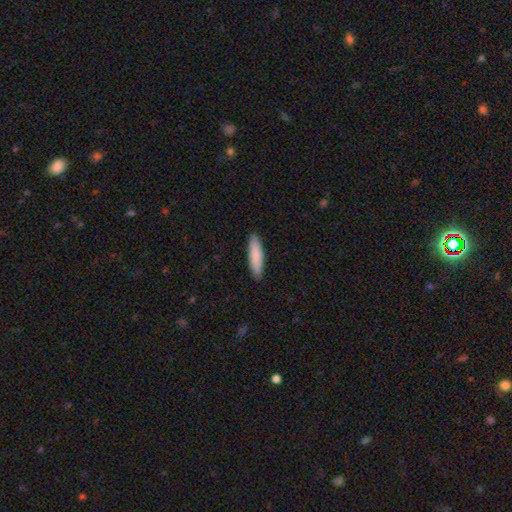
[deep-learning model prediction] smooth 87%, featured or disk 7%, star or artifact 5%. Down the decision tree: how rounded — cigar-shaped (71%); merging — none (90%).